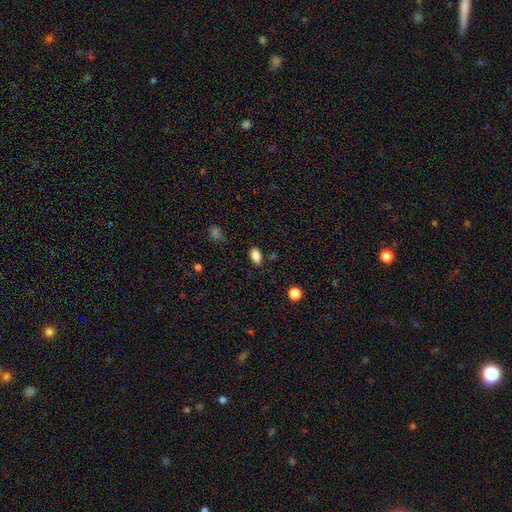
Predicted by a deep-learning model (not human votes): This appears to be a smooth galaxy with no disk features (87%) that is in between round and cigar-shaped (92%). Merging: none (84%).